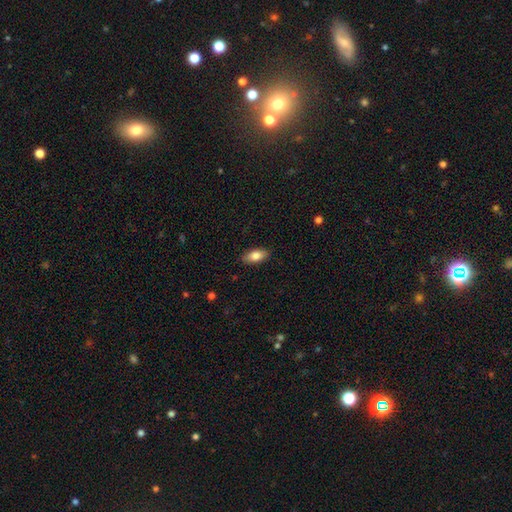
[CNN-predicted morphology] This is clearly a smooth galaxy (81%). How rounded: clearly in between (89%). Merging: clearly none (89%).